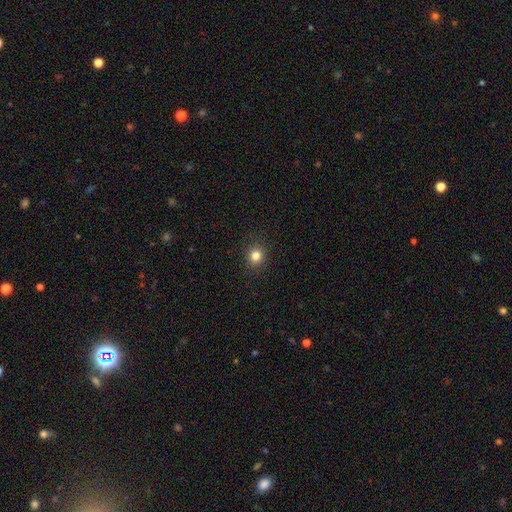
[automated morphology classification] This appears to be a smooth galaxy with no disk features (81%) that is round (84%). Merging: none (90%).